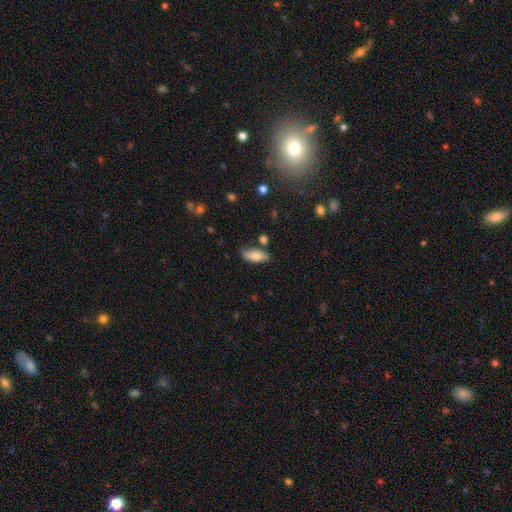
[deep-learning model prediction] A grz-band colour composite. It shows a smooth galaxy with no disk features (78%) that is in between round and cigar-shaped (81%). Merging: none (75%).